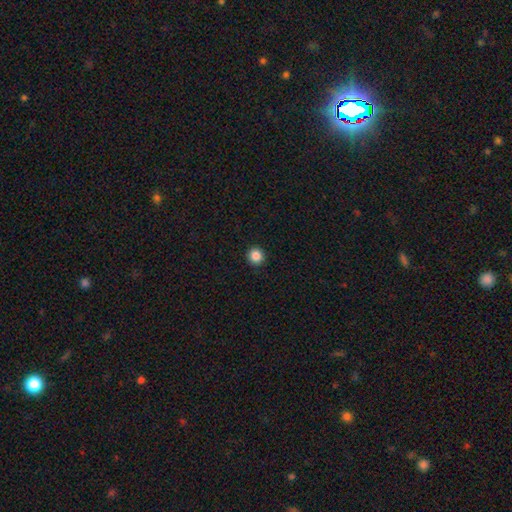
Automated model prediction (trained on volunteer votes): This appears to be a smooth galaxy with no disk features (87%) that is round (95%). Merging: none (93%).